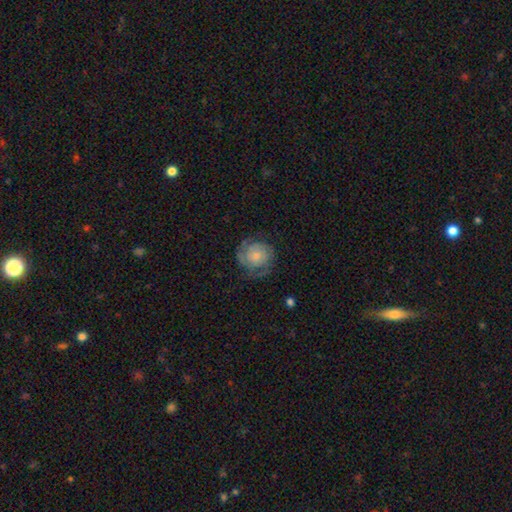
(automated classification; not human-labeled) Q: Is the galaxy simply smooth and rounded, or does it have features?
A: featured or disk — 68%.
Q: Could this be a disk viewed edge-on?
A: no — 98%.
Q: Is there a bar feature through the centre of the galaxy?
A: no — 77%.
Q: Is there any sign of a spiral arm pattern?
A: yes — 90%.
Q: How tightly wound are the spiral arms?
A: tight — 57%.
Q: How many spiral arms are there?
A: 2 — 55%.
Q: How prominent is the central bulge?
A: small — 54%.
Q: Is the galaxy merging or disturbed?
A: none — 68%.